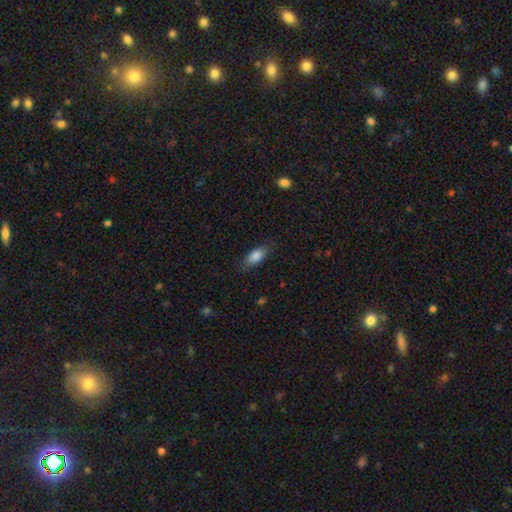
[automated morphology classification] The model was most divided on "merging": none: 78%, minor disturbance: 16%, major disturbance: 4%, merger: 1%. More confident: how rounded — in between (84%); smooth or featured — smooth (83%).